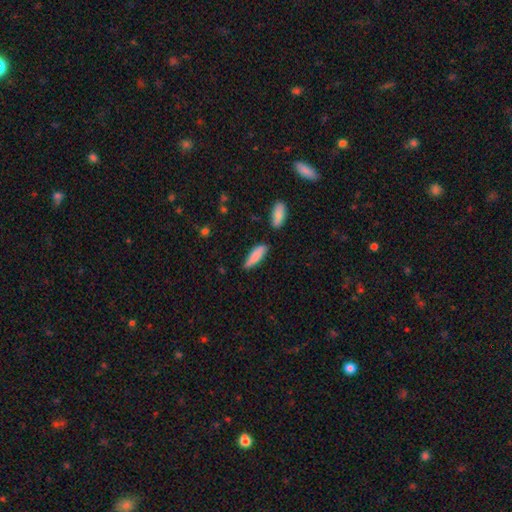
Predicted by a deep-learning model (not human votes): A smooth galaxy with no disk features (84%) that is cigar-shaped (56%). Merging: none (73%).